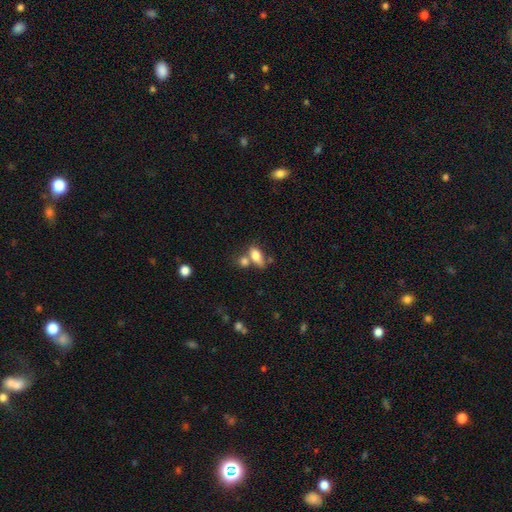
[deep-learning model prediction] Smooth or featured: smooth — 79% (featured or disk — 13%)
How rounded: in between — 82% (cigar-shaped — 10%)
Merging: merger — 42% (none — 37%)